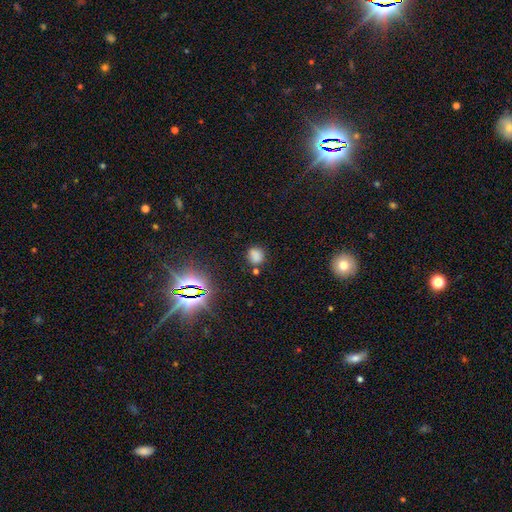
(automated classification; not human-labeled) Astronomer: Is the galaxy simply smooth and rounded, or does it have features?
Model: smooth — 74%.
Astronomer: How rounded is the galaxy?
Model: round — 65%.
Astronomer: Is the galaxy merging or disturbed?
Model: none — 73%.